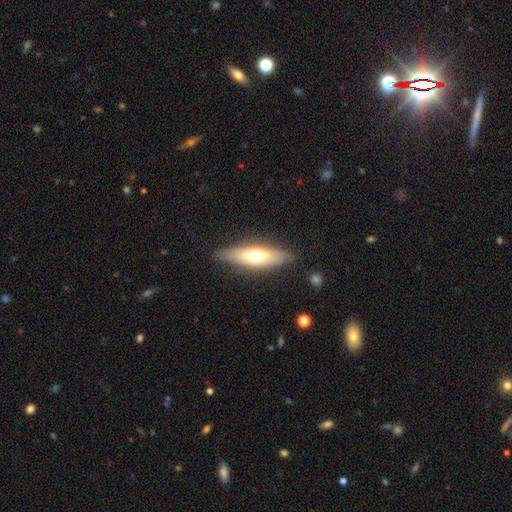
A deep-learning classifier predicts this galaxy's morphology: type=smooth (53%); roundness=cigar-shaped (60%); merging=none (83%).